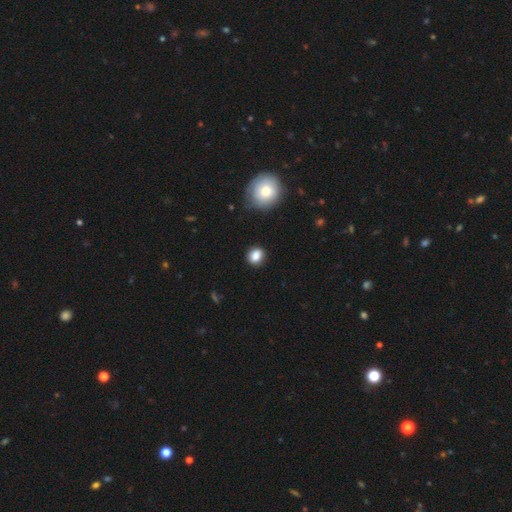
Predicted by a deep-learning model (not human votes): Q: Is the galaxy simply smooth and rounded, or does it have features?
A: smooth — 85%.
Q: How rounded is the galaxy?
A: round — 68%.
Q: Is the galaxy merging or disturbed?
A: none — 86%.